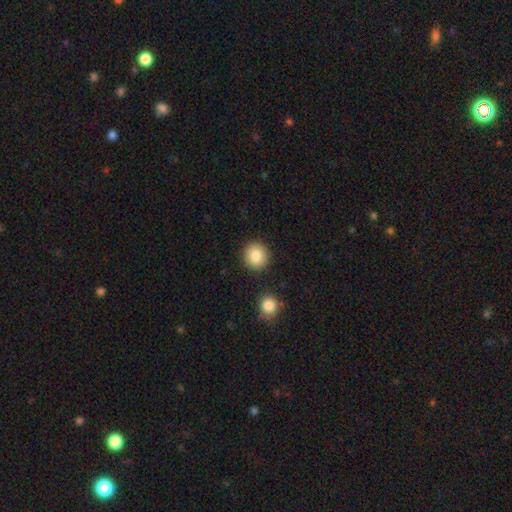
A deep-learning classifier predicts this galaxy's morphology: Smooth or featured? Predicted: smooth (p=0.85). How rounded? Predicted: round (p=0.92). Merging? Predicted: none (p=0.88).